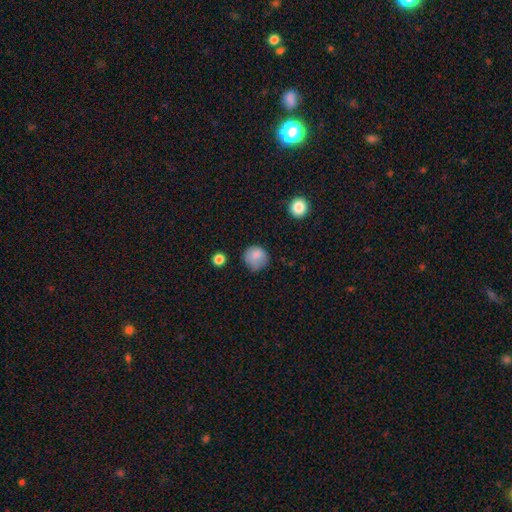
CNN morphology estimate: The model was most divided on "merging": none: 63%, minor disturbance: 27%, major disturbance: 8%, merger: 2%. More confident: how rounded — round (87%); smooth or featured — smooth (84%).